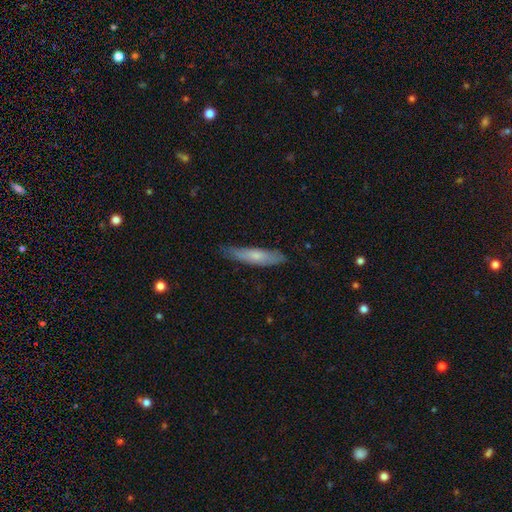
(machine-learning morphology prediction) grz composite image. It shows a smooth galaxy with no disk features (61%) that is cigar-shaped (81%). Merging: none (73%).